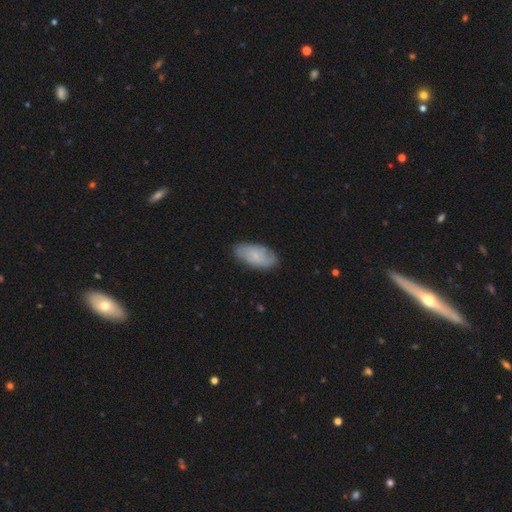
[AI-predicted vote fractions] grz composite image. It shows a smooth galaxy with no disk features (66%) that is in between round and cigar-shaped (92%). Merging: none (78%).